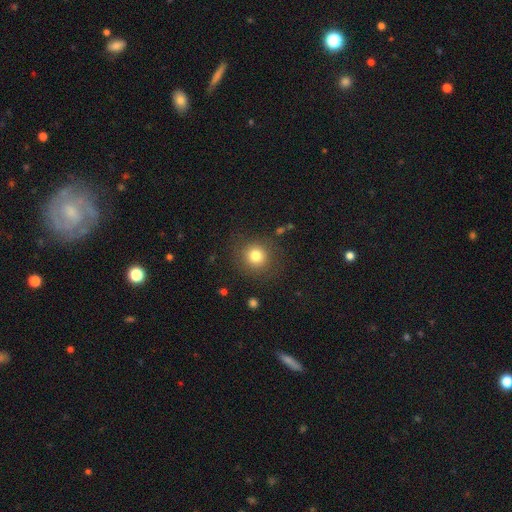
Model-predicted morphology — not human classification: smooth_or_featured: smooth (p=0.80) [alt: star or artifact p=0.12]
how_rounded: round (p=0.91) [alt: in between p=0.08]
merging: none (p=0.86) [alt: minor disturbance p=0.09]